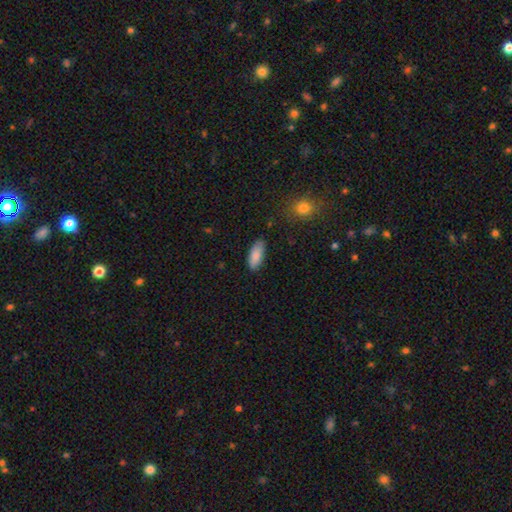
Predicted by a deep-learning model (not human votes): Smooth or featured? Predicted: smooth (p=0.87). How rounded? Predicted: in between (p=0.81). Merging? Predicted: none (p=0.83).